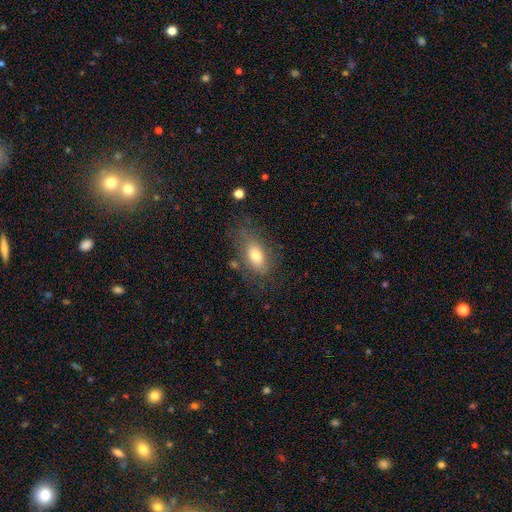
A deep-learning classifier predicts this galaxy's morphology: smooth 71%, featured or disk 21%, star or artifact 8%. Down the decision tree: how rounded — in between (87%); merging — none (64%).